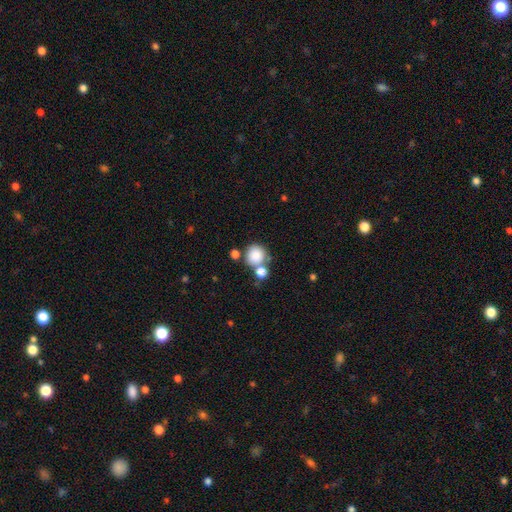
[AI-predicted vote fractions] A smooth galaxy with no disk features (83%) that is round (88%). Merging: none (52%).